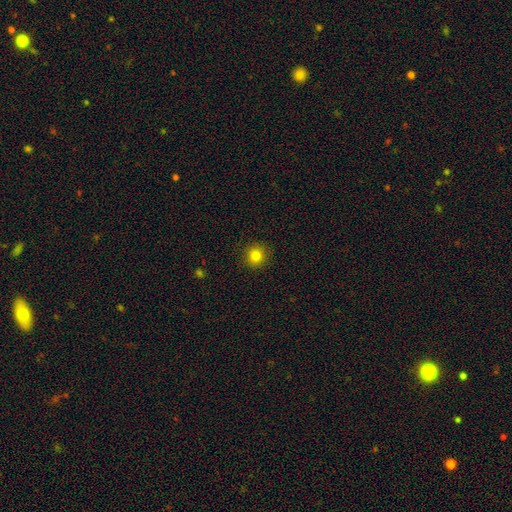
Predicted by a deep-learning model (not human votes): smooth 82%, star or artifact 13%, featured or disk 6%. Down the decision tree: how rounded — round (93%); merging — none (91%).